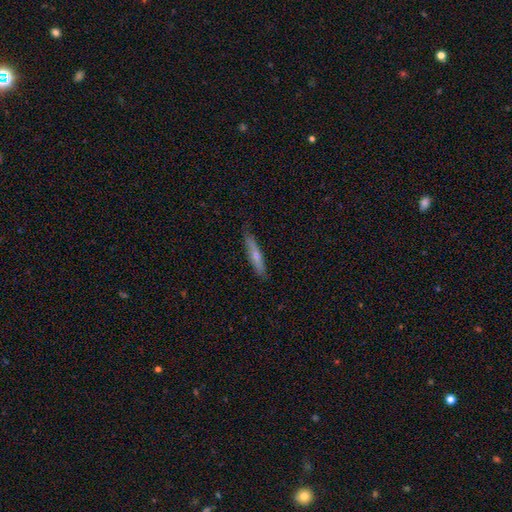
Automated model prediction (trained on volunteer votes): Q: Smooth or featured?
A: smooth (54%); runner-up: featured or disk (40%)
Q: How rounded?
A: cigar-shaped (90%); runner-up: in between (8%)
Q: Merging?
A: none (84%); runner-up: minor disturbance (13%)